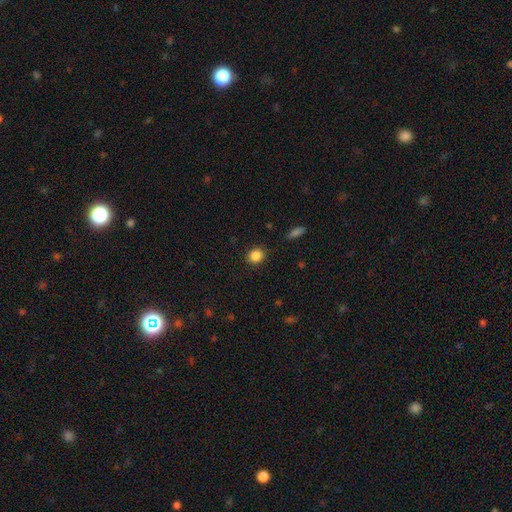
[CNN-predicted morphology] type=smooth (86%); roundness=round (77%); merging=none (88%).